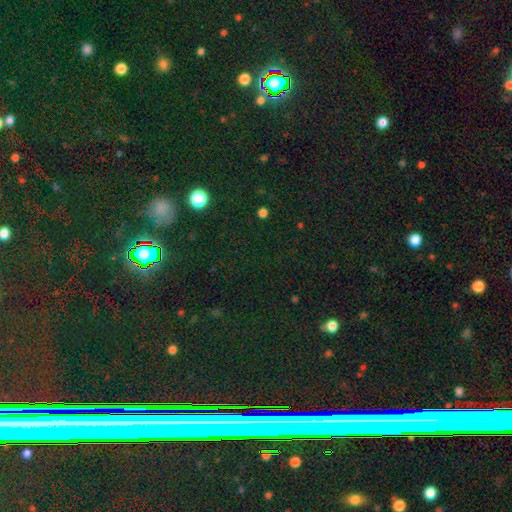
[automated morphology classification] This is likely a star or artifact rather than a galaxy (76%).